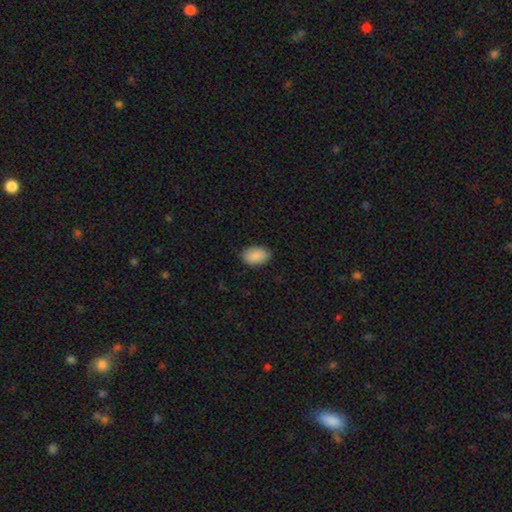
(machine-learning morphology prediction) This appears to be a smooth galaxy with no disk features (89%) that is in between round and cigar-shaped (92%). Merging: none (86%).